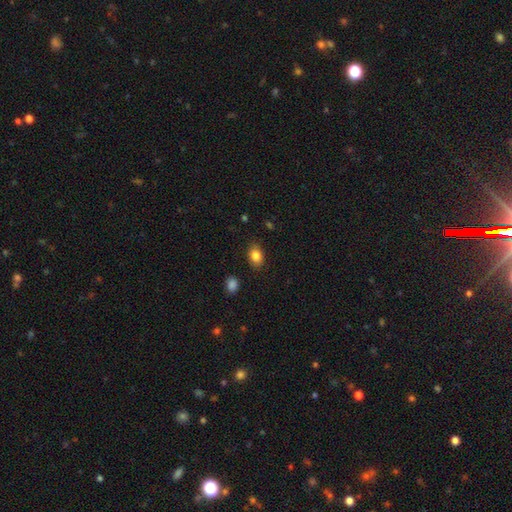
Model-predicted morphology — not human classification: A smooth galaxy with no disk features (84%) that is in between round and cigar-shaped (76%). Merging: none (85%).